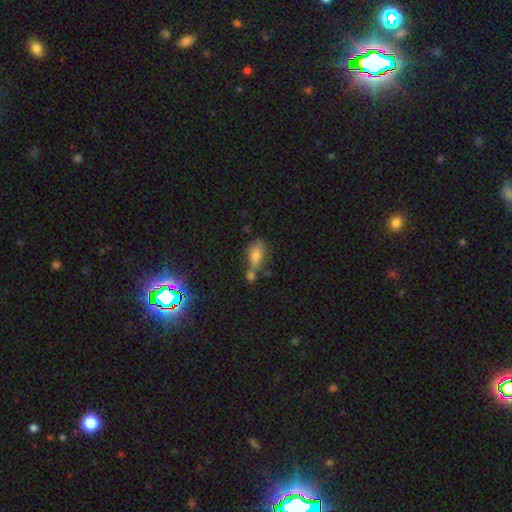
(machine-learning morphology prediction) type=smooth (72%); roundness=in between (84%); merging=none (40%).